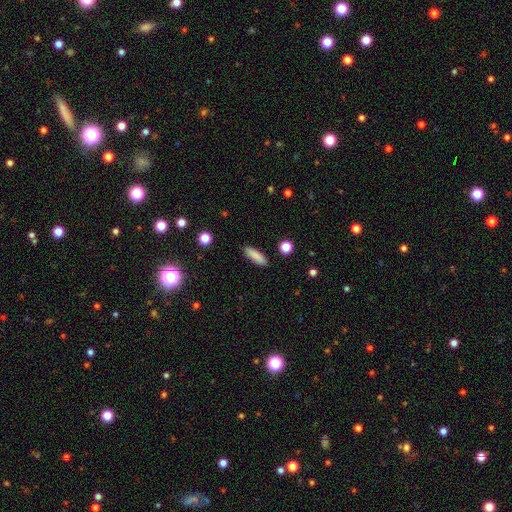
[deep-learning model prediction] This is clearly a smooth galaxy (87%). How rounded: possibly cigar-shaped (57%). Merging: clearly none (89%).